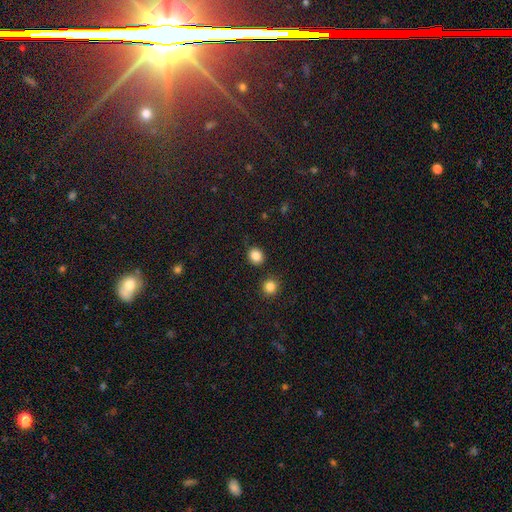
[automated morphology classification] Overall: smooth (85%). How rounded: round (70%). Merging: none (84%).